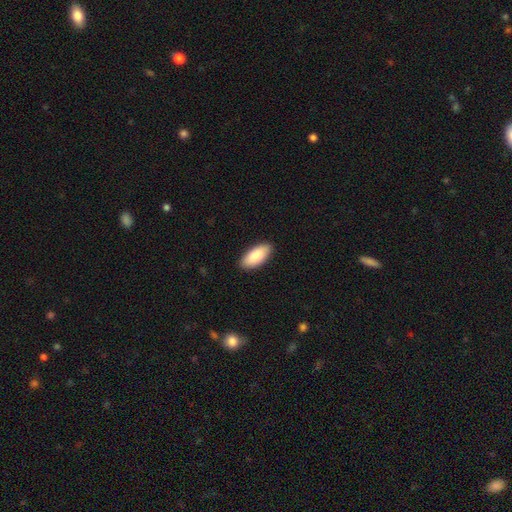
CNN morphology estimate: A smooth galaxy with no disk features (88%) that is in between round and cigar-shaped (90%).

Vote fractions:
- Smooth or featured? smooth: 88% / featured or disk: 6% / star or artifact: 5%
- How rounded? in between: 90% / cigar-shaped: 8% / round: 2%
- Merging? none: 89% / minor disturbance: 9% / major disturbance: 2% / merger: 1%